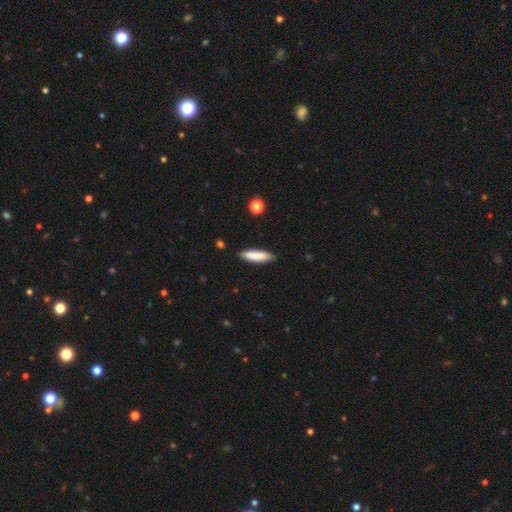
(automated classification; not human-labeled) Smooth or featured? Predicted: smooth (p=0.85). How rounded? Predicted: cigar-shaped (p=0.67). Merging? Predicted: none (p=0.87).